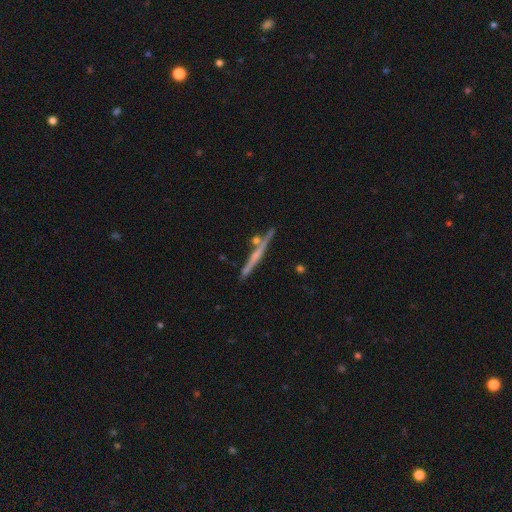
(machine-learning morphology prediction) type=featured or disk (59%); edge-on=yes (97%); edge-on bulge=none (71%); merging=none (79%).